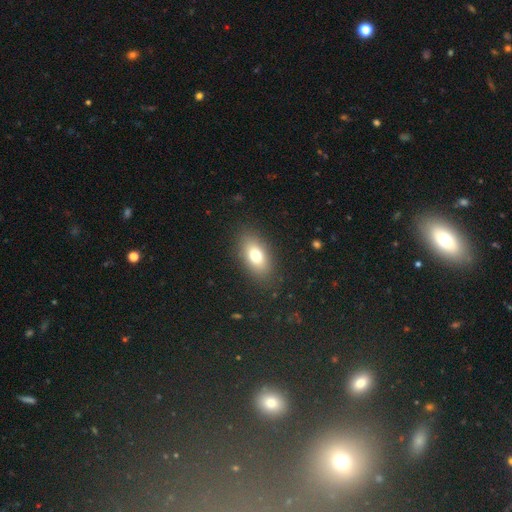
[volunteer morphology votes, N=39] smooth 74%, featured or disk 21%, star or artifact 5%. Down the decision tree: how rounded — in between (86%); merging — none (89%).